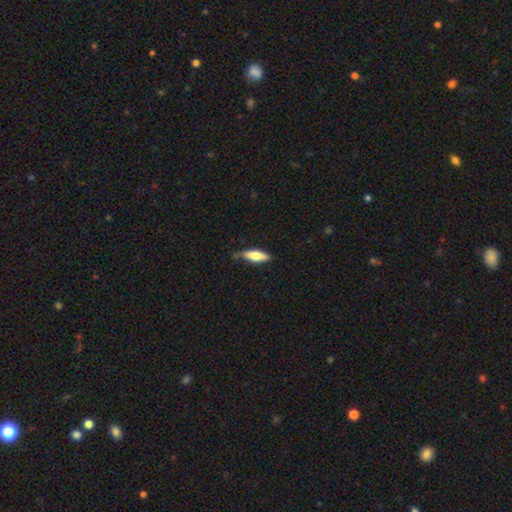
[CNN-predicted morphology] Smooth or featured? smooth (66%)
How rounded? in between (50%)
Merging? none (77%)